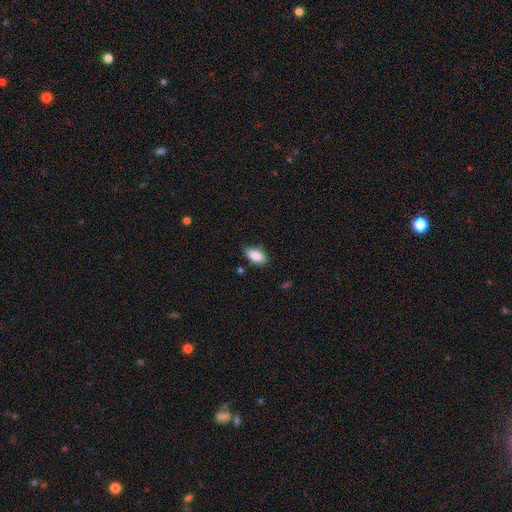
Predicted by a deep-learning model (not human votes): smooth-or-featured: smooth: 87% | star or artifact: 7% | featured or disk: 5%
  how-rounded: in between: 92% | round: 4% | cigar-shaped: 4%
  merging: none: 76% | minor disturbance: 19% | major disturbance: 3% | merger: 2%